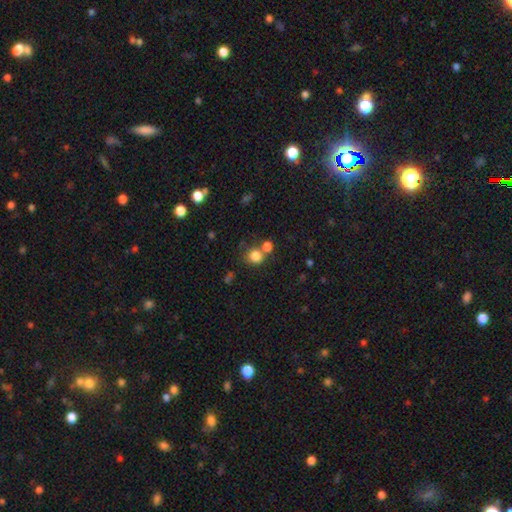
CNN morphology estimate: This is clearly a smooth galaxy (81%). How rounded: clearly round (82%). Merging: possibly none (56%).